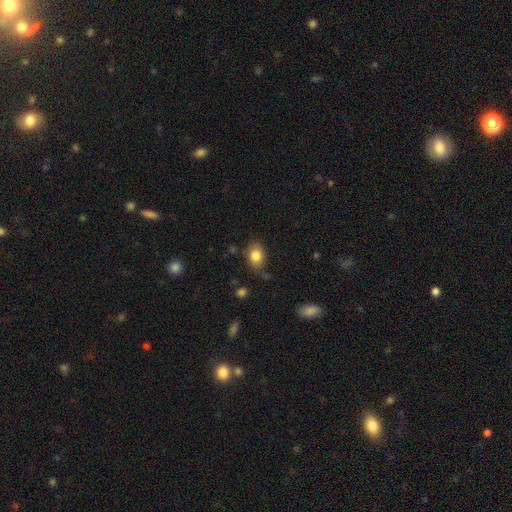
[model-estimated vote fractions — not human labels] smooth_or_featured: smooth (p=0.82) [alt: featured or disk p=0.09]
how_rounded: in between (p=0.67) [alt: round p=0.31]
merging: none (p=0.70) [alt: minor disturbance p=0.21]